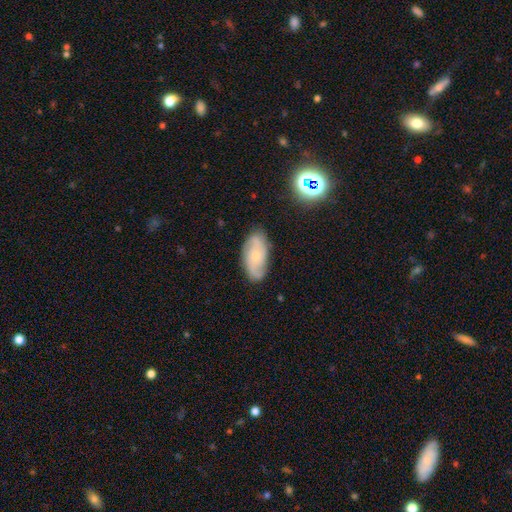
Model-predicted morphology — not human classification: Smooth or featured?
  - featured or disk: 62% *
  - smooth: 29%
  - star or artifact: 8%
Edge-on disk?
  - no: 94% *
  - yes: 6%
Bar?
  - no: 70% *
  - weak: 26%
  - strong: 5%
Spiral arms?
  - yes: 91% *
  - no: 9%
Spiral winding?
  - medium: 45% *
  - tight: 35%
  - loose: 20%
Spiral arm count?
  - 2: 57% *
  - can't tell: 20%
  - 3: 14%
  - 4: 3%
  - 1: 3%
  - more than 4: 2%
Bulge size?
  - small: 69% *
  - moderate: 23%
  - none: 6%
  - large: 2%
  - dominant: 1%
Merging?
  - none: 78% *
  - minor disturbance: 17%
  - major disturbance: 4%
  - merger: 1%